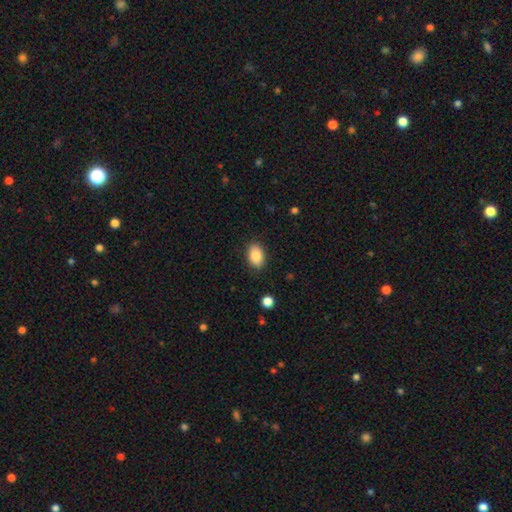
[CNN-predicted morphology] type=smooth (87%); roundness=in between (86%); merging=none (86%).